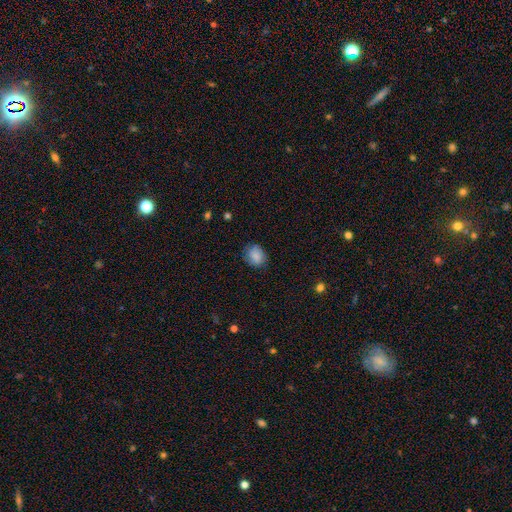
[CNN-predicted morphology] Smooth or featured? smooth (84%)
How rounded? round (56%)
Merging? none (76%)